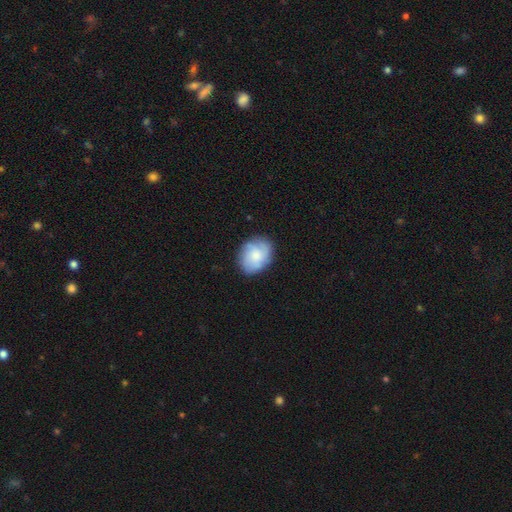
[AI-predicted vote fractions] This appears to be a smooth galaxy with no disk features (57%) that is in between round and cigar-shaped (56%). Merging: none (77%).